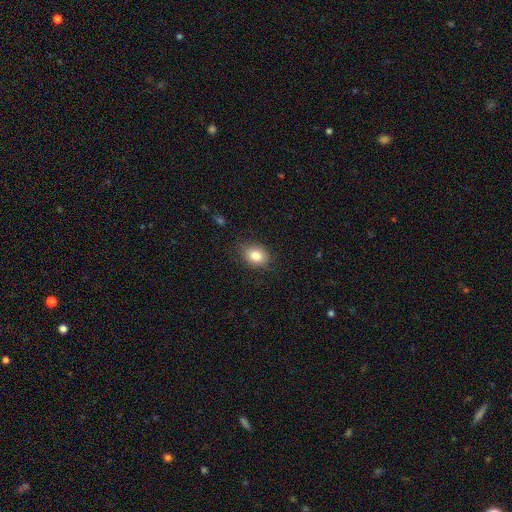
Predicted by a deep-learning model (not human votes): The model was most divided on "how rounded": in between: 57%, round: 42%, cigar-shaped: 1%. More confident: smooth or featured — smooth (82%); merging — none (81%).